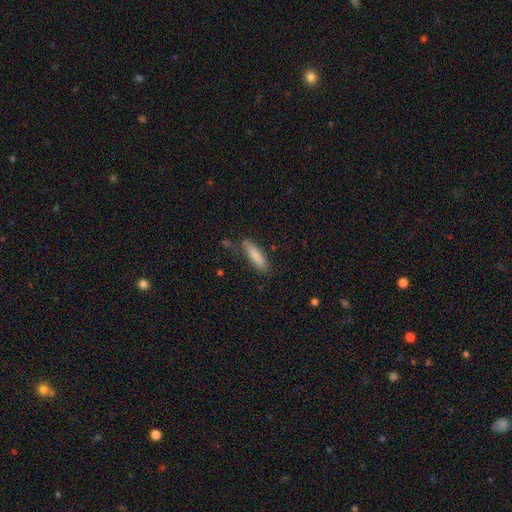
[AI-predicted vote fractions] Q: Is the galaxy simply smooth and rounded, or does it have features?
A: smooth — 84%.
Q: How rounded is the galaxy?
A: cigar-shaped — 71%.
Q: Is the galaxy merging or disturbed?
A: none — 77%.